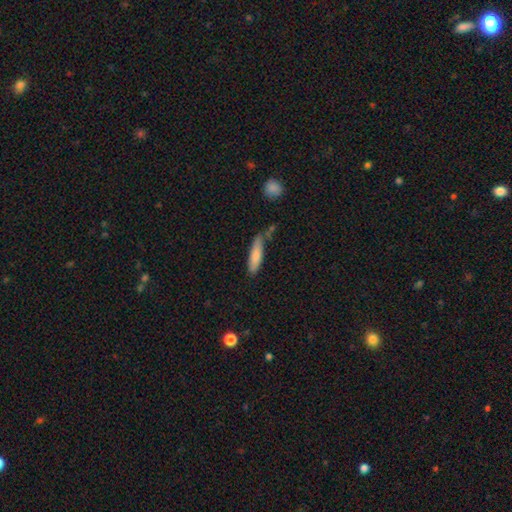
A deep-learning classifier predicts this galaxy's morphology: smooth_or_featured: smooth (p=0.79) [alt: featured or disk p=0.15]
how_rounded: cigar-shaped (p=0.69) [alt: in between p=0.29]
merging: none (p=0.64) [alt: minor disturbance p=0.22]